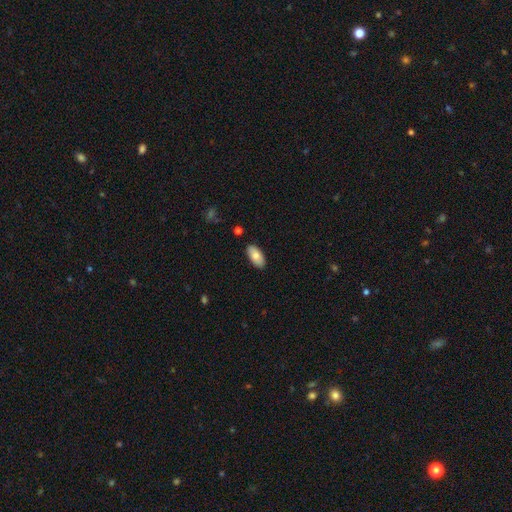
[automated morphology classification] type=smooth (81%); roundness=in between (93%); merging=none (87%).